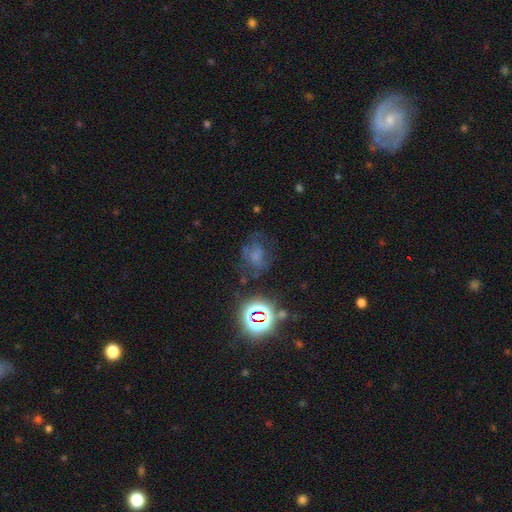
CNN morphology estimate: smooth 40%, featured or disk 30%, star or artifact 30%. Down the decision tree: merging — none (50%).